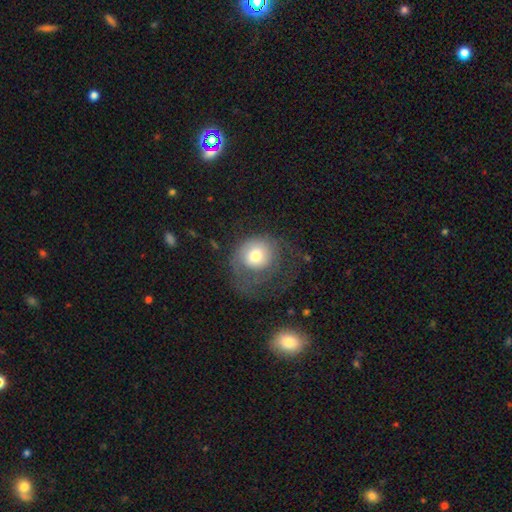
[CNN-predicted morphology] Q: Smooth or featured?
A: smooth (57%); runner-up: featured or disk (34%)
Q: How rounded?
A: round (81%); runner-up: in between (18%)
Q: Merging?
A: major disturbance (41%); runner-up: none (37%)